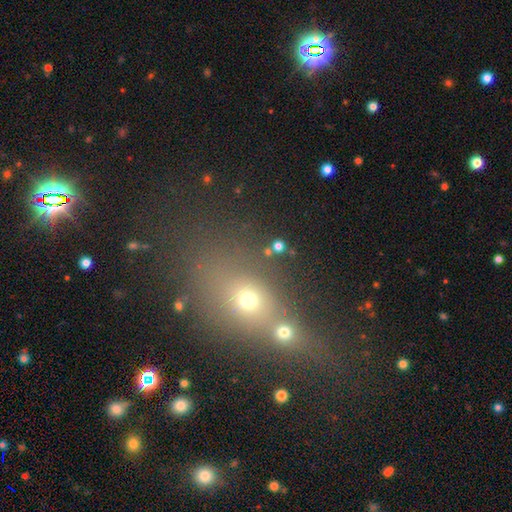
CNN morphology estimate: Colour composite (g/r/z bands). It shows a smooth galaxy with no disk features (51%) that is in between round and cigar-shaped (52%). Merging: none (46%).